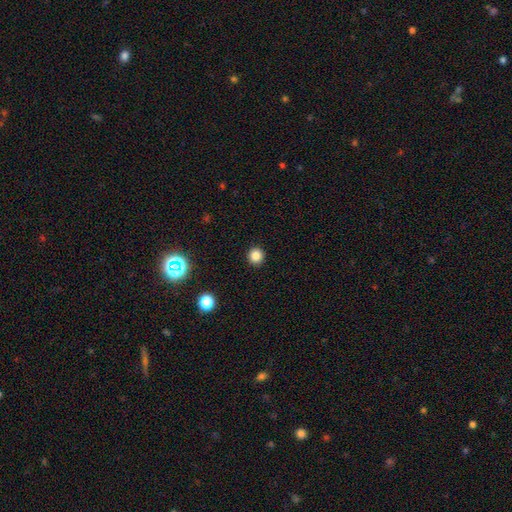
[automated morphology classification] Overall: smooth (83%). How rounded: round (95%). Merging: none (93%).